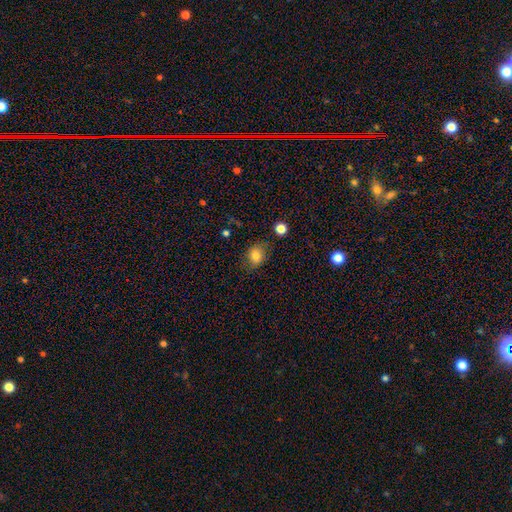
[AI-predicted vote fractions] A smooth galaxy with no disk features (79%) that is in between round and cigar-shaped (54%). Merging: none (71%).